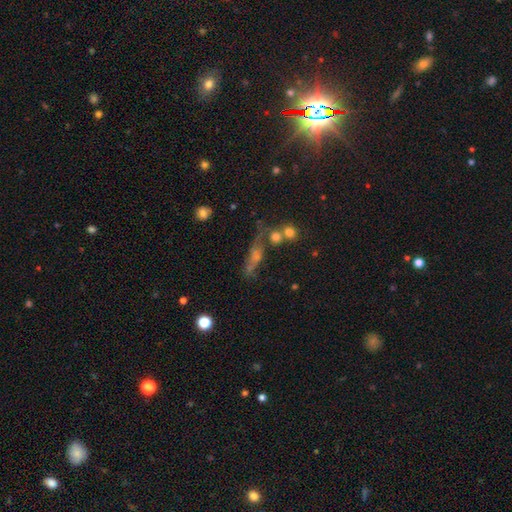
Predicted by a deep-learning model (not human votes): This is marginally a smooth galaxy (37%). Merging: possibly none (45%).